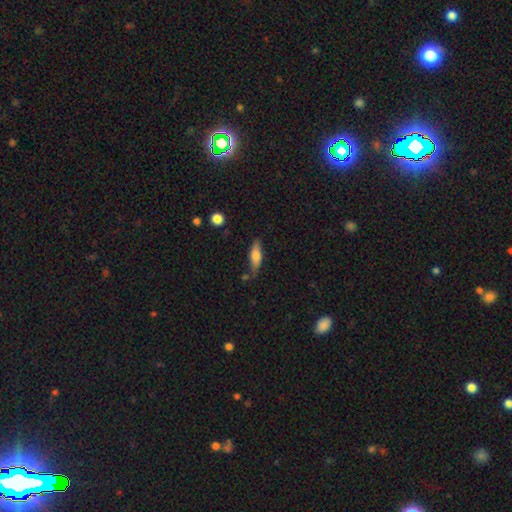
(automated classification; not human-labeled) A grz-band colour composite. It shows a smooth galaxy with no disk features (65%) that is in between round and cigar-shaped (49%). Merging: none (71%).